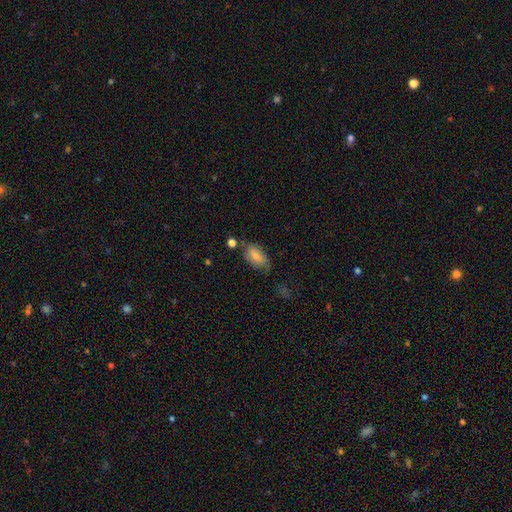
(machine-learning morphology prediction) smooth_or_featured: smooth (p=0.76) [alt: featured or disk p=0.16]
how_rounded: in between (p=0.91) [alt: round p=0.06]
merging: none (p=0.55) [alt: minor disturbance p=0.28]